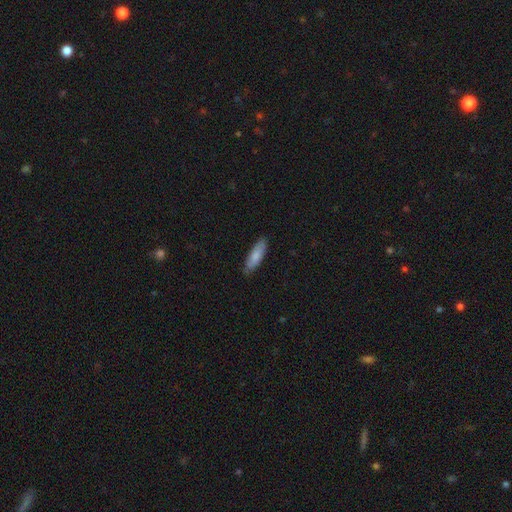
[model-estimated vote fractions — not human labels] Morphology: type=smooth (80%); roundness=in between (50%); merging=none (80%).